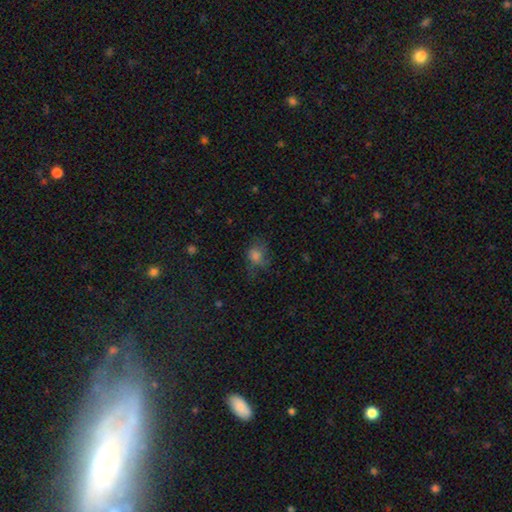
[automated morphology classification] type=smooth (62%); roundness=round (60%); merging=none (49%).